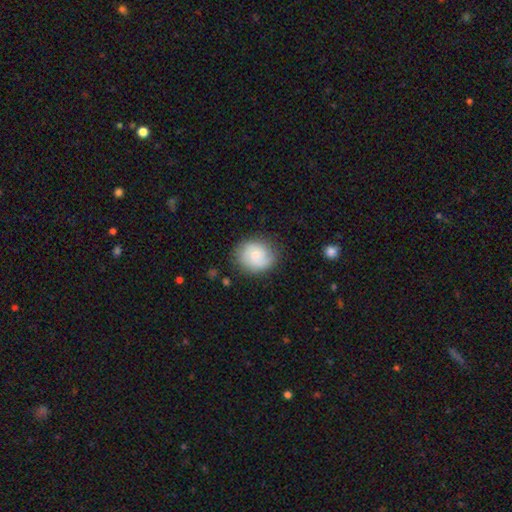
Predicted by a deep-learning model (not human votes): Smooth or featured?
  - smooth: 72% *
  - featured or disk: 20%
  - star or artifact: 7%
How rounded?
  - round: 74% *
  - in between: 25%
  - cigar-shaped: 1%
Merging?
  - none: 79% *
  - minor disturbance: 15%
  - major disturbance: 5%
  - merger: 2%